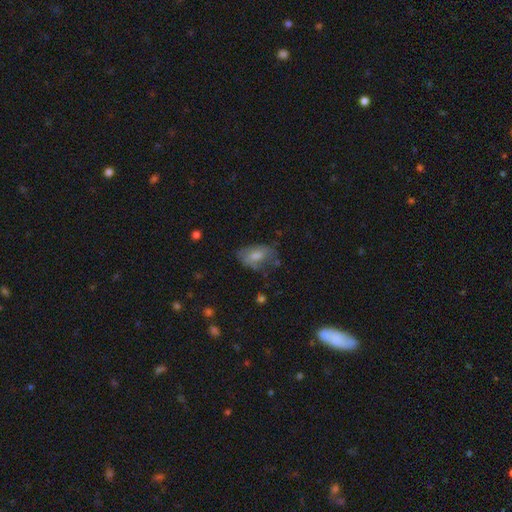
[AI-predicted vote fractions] Morphology: type=smooth (49%); merging=none (56%).